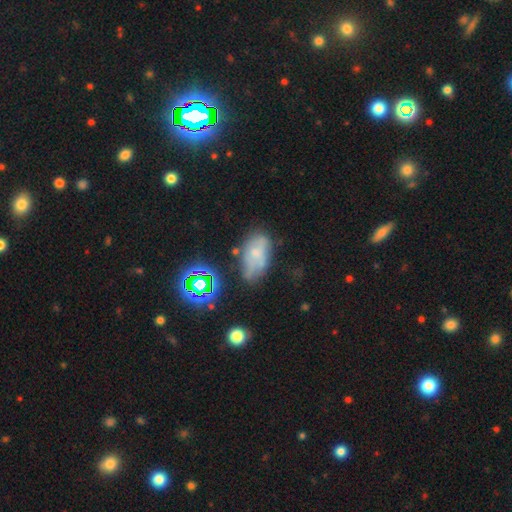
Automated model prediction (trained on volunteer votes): Smooth or featured? Predicted: smooth (p=0.49). Merging? Predicted: none (p=0.42).